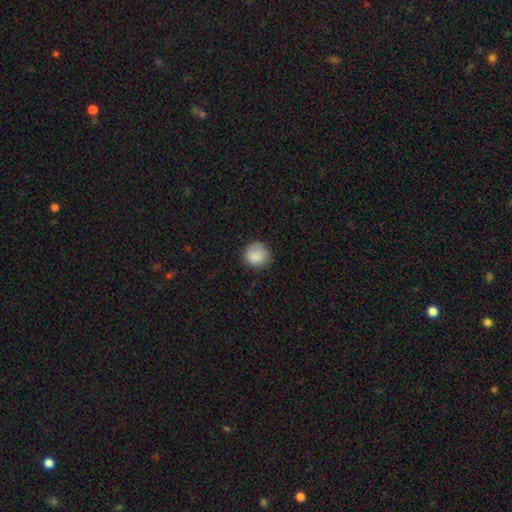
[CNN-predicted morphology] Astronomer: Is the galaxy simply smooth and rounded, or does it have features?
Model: smooth — 85%.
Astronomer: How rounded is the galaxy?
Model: round — 90%.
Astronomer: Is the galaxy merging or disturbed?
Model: none — 77%.